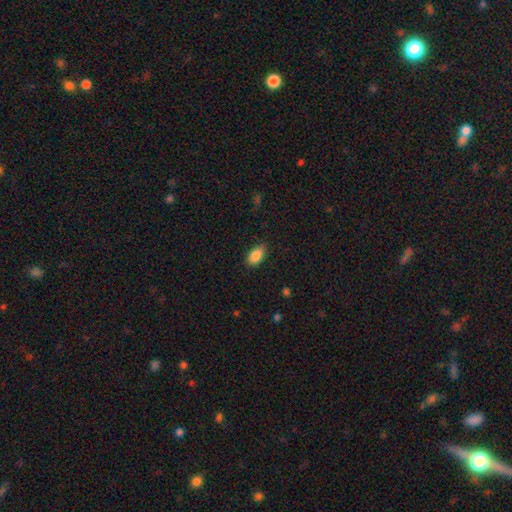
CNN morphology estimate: Smooth or featured?
  - smooth: 87% *
  - star or artifact: 7%
  - featured or disk: 5%
How rounded?
  - in between: 92% *
  - round: 5%
  - cigar-shaped: 4%
Merging?
  - none: 83% *
  - minor disturbance: 13%
  - major disturbance: 3%
  - merger: 1%